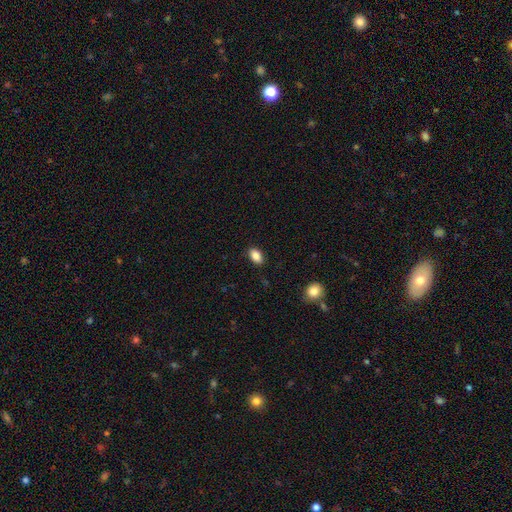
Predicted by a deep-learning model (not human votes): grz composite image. It shows a smooth galaxy with no disk features (87%) that is in between round and cigar-shaped (89%). Merging: none (87%).